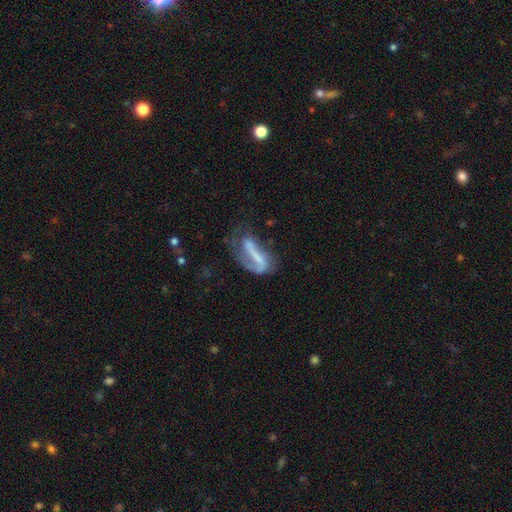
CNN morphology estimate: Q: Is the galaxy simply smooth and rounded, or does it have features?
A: featured or disk — 66%.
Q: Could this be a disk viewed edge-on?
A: no — 90%.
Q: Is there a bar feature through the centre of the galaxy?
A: strong — 50%.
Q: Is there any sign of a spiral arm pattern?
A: yes — 72%.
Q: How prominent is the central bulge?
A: none — 42%.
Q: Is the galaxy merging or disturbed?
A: major disturbance — 39%.